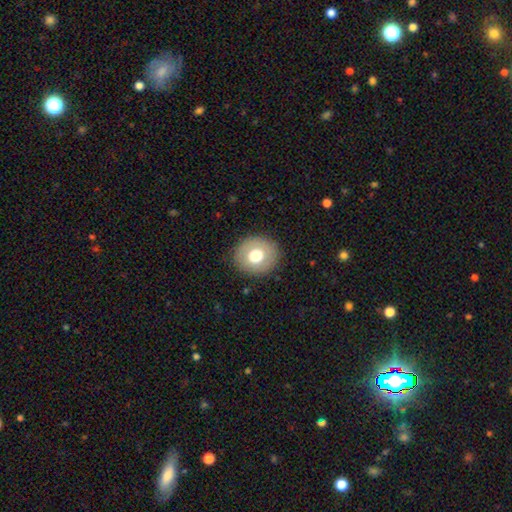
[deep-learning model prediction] Overall: smooth (69%). How rounded: round (80%). Merging: none (88%).